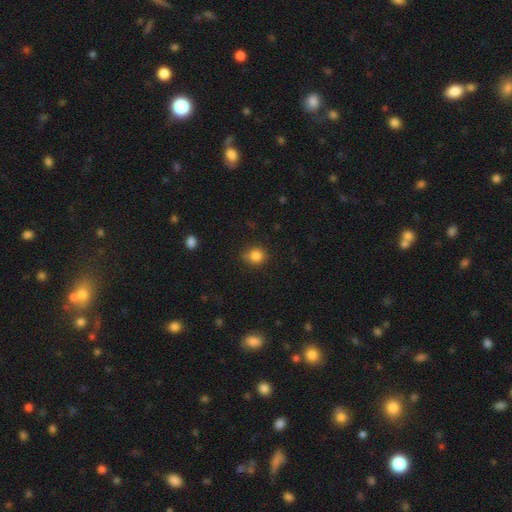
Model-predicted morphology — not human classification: Q: Smooth or featured?
A: smooth (85%); runner-up: star or artifact (11%)
Q: How rounded?
A: round (81%); runner-up: in between (18%)
Q: Merging?
A: none (79%); runner-up: minor disturbance (16%)